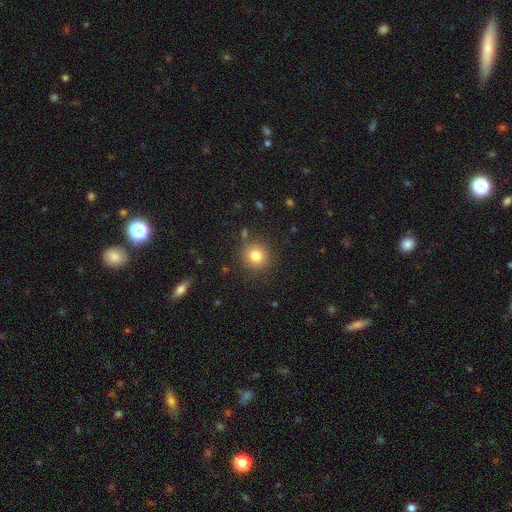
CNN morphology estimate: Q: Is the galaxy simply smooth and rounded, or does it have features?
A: smooth — 80%.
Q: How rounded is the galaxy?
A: round — 92%.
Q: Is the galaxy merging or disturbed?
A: none — 86%.